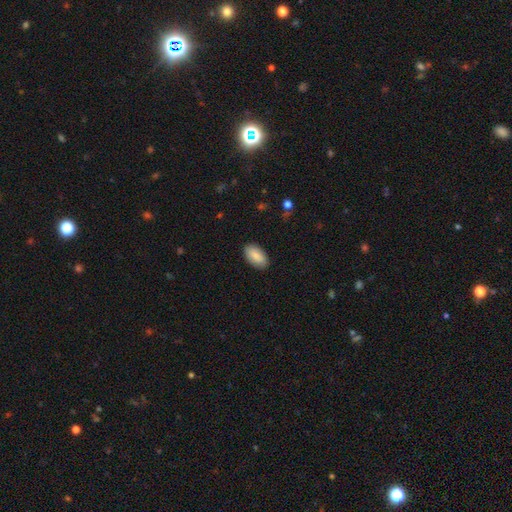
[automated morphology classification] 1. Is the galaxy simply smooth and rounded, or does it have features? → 87% smooth, 7% featured or disk, 6% star or artifact.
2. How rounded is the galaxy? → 95% in between, 3% round, 2% cigar-shaped.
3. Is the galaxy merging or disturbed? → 88% none, 9% minor disturbance, 2% major disturbance, 1% merger.